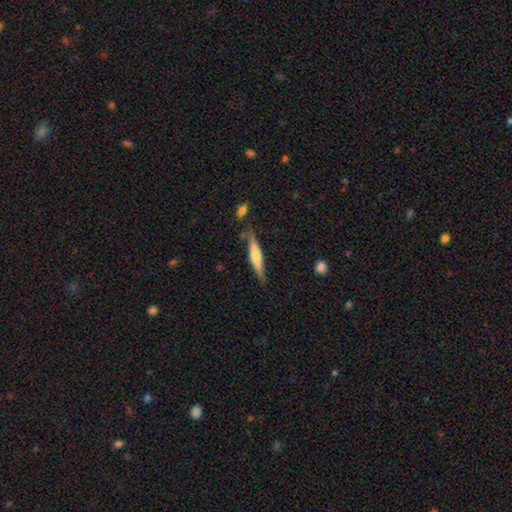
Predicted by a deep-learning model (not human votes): featured or disk 49%, smooth 45%, star or artifact 6%. Down the decision tree: merging — none (77%).